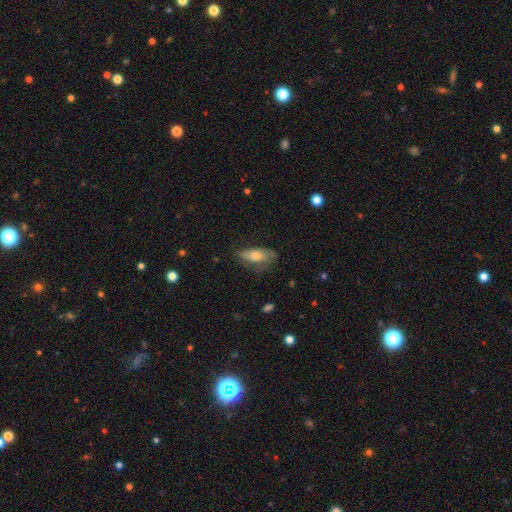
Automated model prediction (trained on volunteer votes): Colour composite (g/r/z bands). It shows a smooth galaxy with no disk features (57%) that is in between round and cigar-shaped (75%). Merging: none (55%).